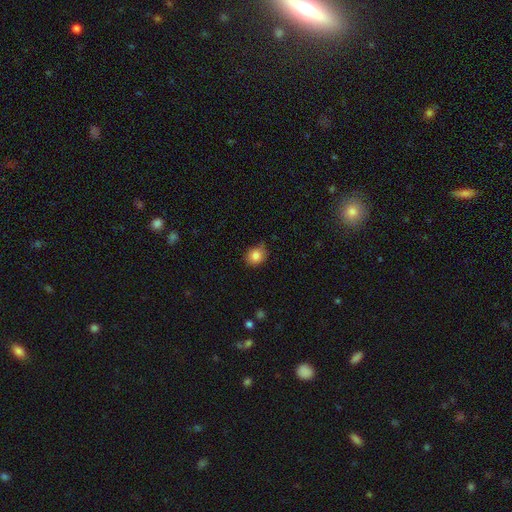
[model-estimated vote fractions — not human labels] smooth_or_featured: smooth (p=0.83) [alt: star or artifact p=0.10]
how_rounded: round (p=0.68) [alt: in between p=0.31]
merging: none (p=0.73) [alt: minor disturbance p=0.22]